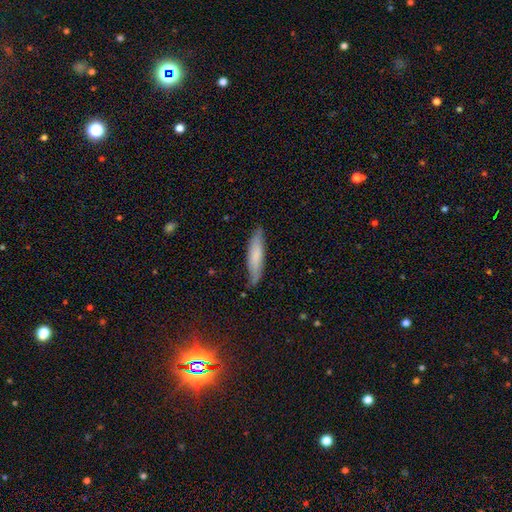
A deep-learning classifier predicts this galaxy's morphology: Q: Smooth or featured?
A: smooth (70%); runner-up: featured or disk (24%)
Q: How rounded?
A: cigar-shaped (81%); runner-up: in between (17%)
Q: Merging?
A: none (79%); runner-up: minor disturbance (16%)